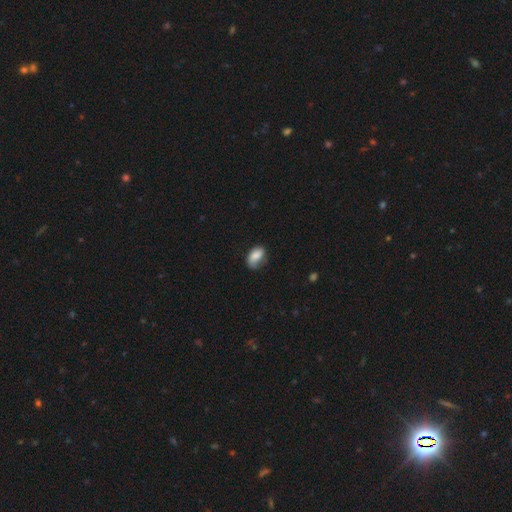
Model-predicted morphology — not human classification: Smooth or featured? smooth (76%)
How rounded? in between (89%)
Merging? none (52%)